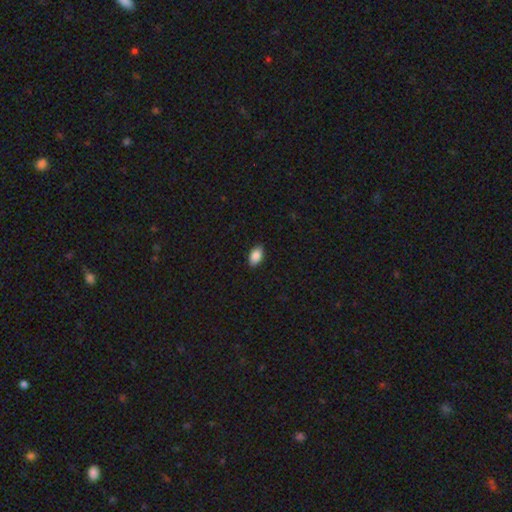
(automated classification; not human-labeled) A smooth galaxy with no disk features (88%) that is in between round and cigar-shaped (93%).

Vote fractions:
- Smooth or featured? smooth: 88% / star or artifact: 7% / featured or disk: 4%
- How rounded? in between: 93% / round: 5% / cigar-shaped: 2%
- Merging? none: 88% / minor disturbance: 9% / major disturbance: 2% / merger: 1%